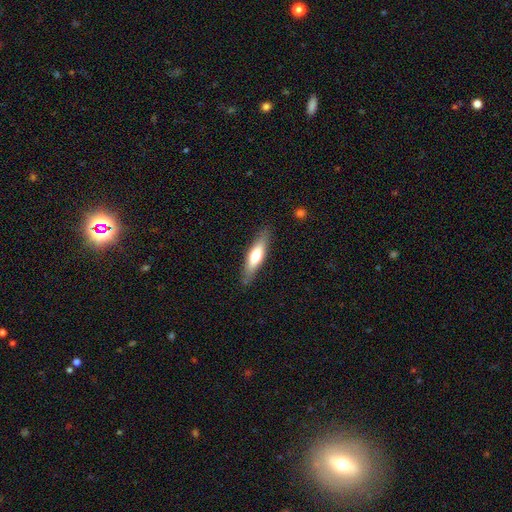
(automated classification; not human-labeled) A smooth galaxy with no disk features (58%) that is cigar-shaped (67%).

Vote fractions:
- Smooth or featured? smooth: 58% / featured or disk: 36% / star or artifact: 6%
- How rounded? cigar-shaped: 67% / in between: 31% / round: 2%
- Merging? none: 84% / minor disturbance: 12% / major disturbance: 2% / merger: 1%